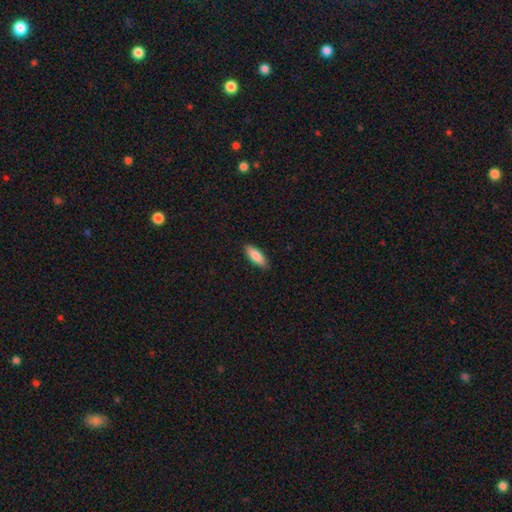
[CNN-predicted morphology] The model was most divided on "how rounded": in between: 64%, cigar-shaped: 34%, round: 2%. More confident: merging — none (89%); smooth or featured — smooth (85%).